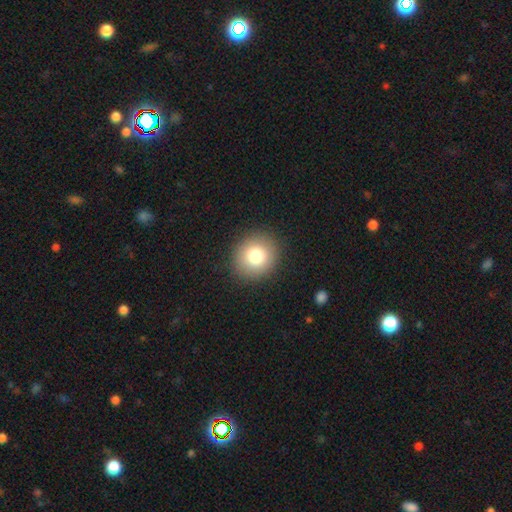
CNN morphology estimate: Smooth or featured: smooth — 80% (star or artifact — 10%)
How rounded: round — 85% (in between — 14%)
Merging: none — 90% (minor disturbance — 6%)